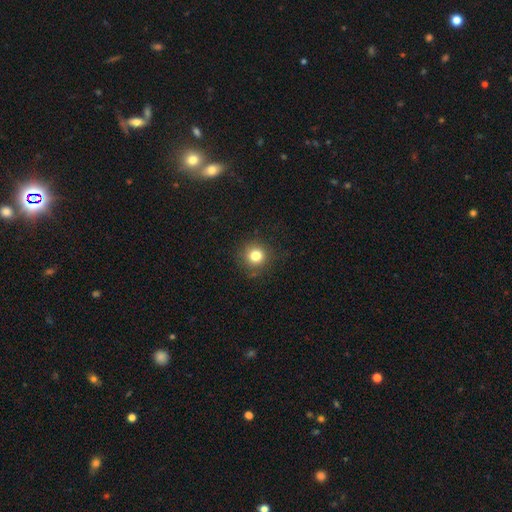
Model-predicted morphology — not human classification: type=smooth (80%); roundness=round (93%); merging=none (87%).